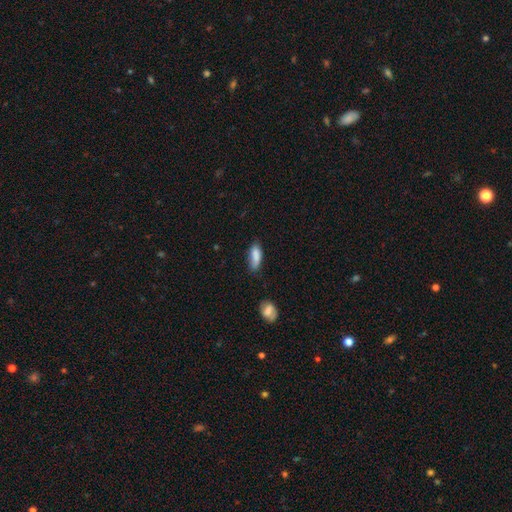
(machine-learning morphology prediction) Overall: smooth (83%). How rounded: in between (70%). Merging: none (61%; minor disturbance 28%).